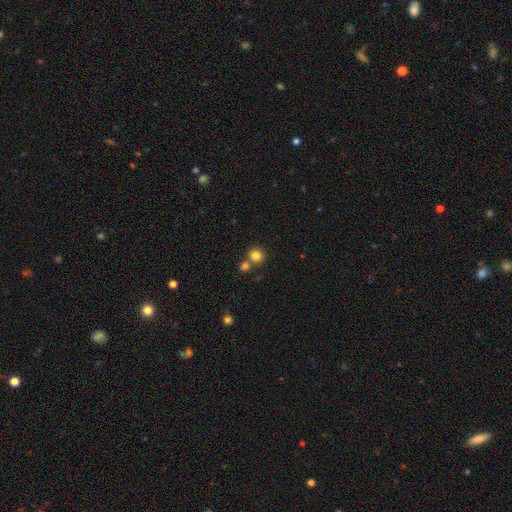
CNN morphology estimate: The model was most divided on "merging": none: 68%, merger: 23%, minor disturbance: 7%, major disturbance: 3%. More confident: how rounded — round (91%); smooth or featured — smooth (82%).